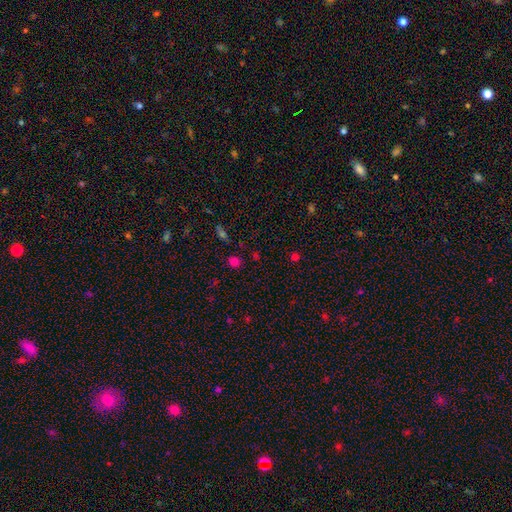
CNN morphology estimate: Smooth or featured? Predicted: smooth (p=0.59). How rounded? Predicted: round (p=0.80). Merging? Predicted: none (p=0.82).